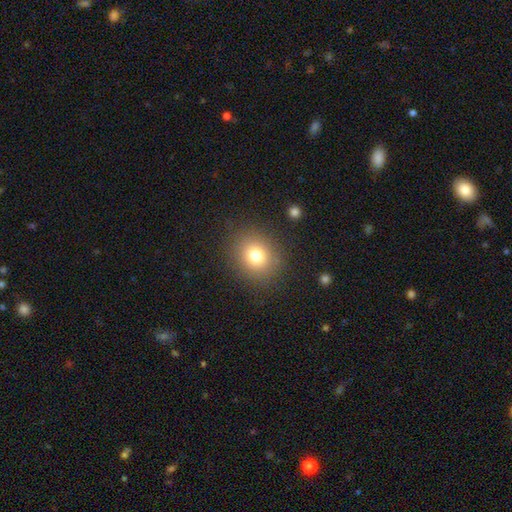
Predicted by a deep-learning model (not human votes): A smooth galaxy with no disk features (76%) that is round (77%). Merging: none (87%).